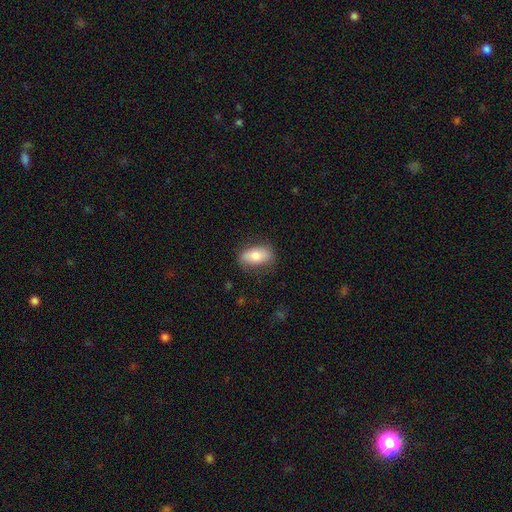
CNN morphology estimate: Smooth or featured?
  - smooth: 76% *
  - featured or disk: 17%
  - star or artifact: 7%
How rounded?
  - in between: 89% *
  - round: 6%
  - cigar-shaped: 4%
Merging?
  - none: 74% *
  - minor disturbance: 19%
  - major disturbance: 6%
  - merger: 1%